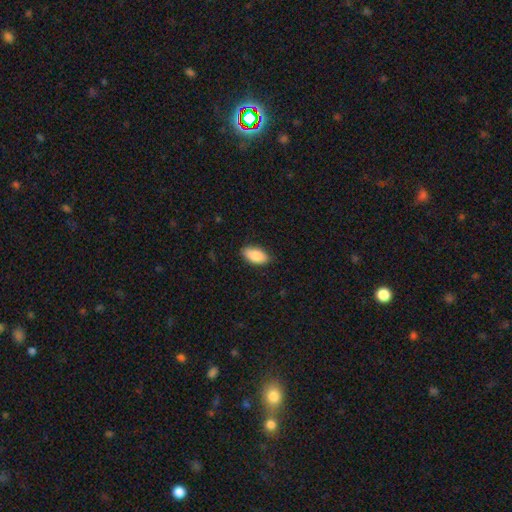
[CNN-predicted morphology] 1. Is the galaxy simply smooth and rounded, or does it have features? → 87% smooth, 7% featured or disk, 6% star or artifact.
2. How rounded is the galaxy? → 92% in between, 5% cigar-shaped, 3% round.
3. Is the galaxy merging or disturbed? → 84% none, 12% minor disturbance, 2% major disturbance, 1% merger.